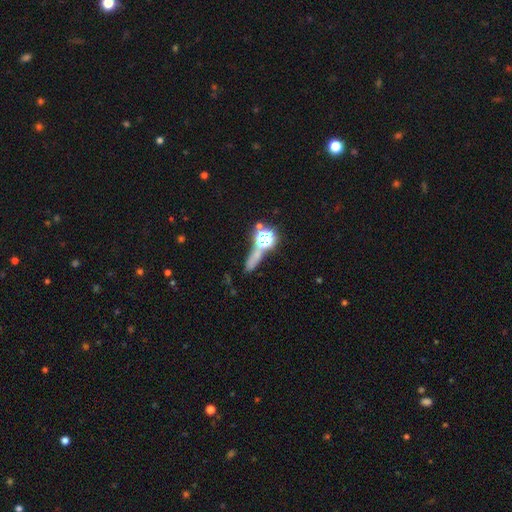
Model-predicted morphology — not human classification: Smooth or featured: star or artifact — 42% (smooth — 41%)